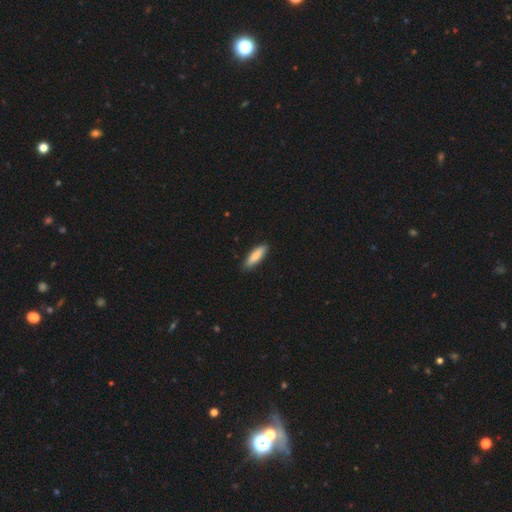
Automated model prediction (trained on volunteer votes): smooth 84%, featured or disk 11%, star or artifact 5%. Down the decision tree: how rounded — cigar-shaped (58%); merging — none (86%).